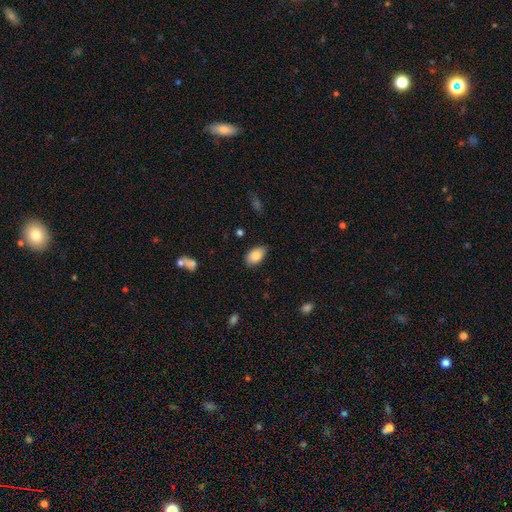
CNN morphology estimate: Q: Smooth or featured?
A: smooth (84%); runner-up: featured or disk (9%)
Q: How rounded?
A: in between (92%); runner-up: round (7%)
Q: Merging?
A: none (78%); runner-up: minor disturbance (18%)